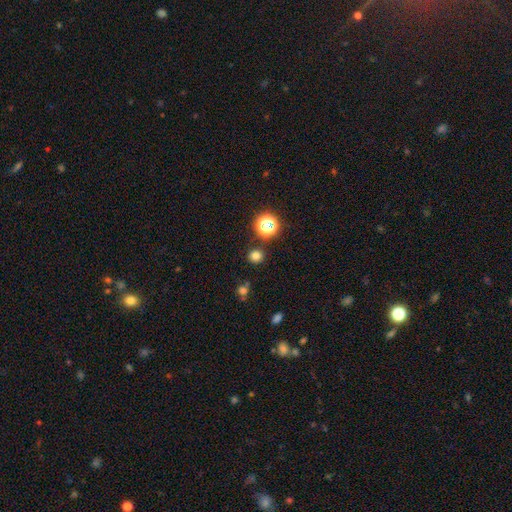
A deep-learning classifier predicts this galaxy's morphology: smooth 75%, star or artifact 20%, featured or disk 5%. Down the decision tree: how rounded — round (91%); merging — none (86%).